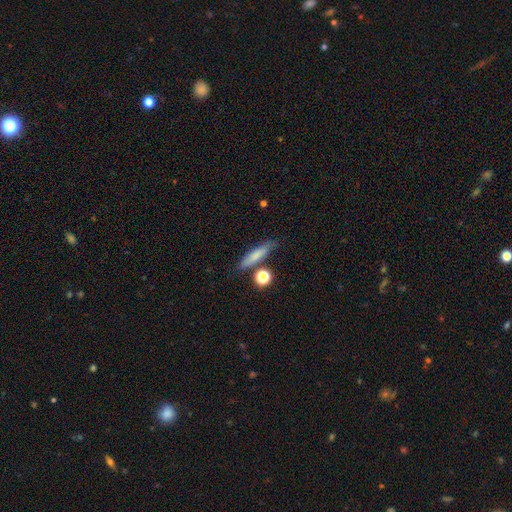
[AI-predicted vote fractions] Smooth or featured: smooth — 75% (featured or disk — 16%)
How rounded: cigar-shaped — 71% (in between — 23%)
Merging: none — 75% (minor disturbance — 14%)